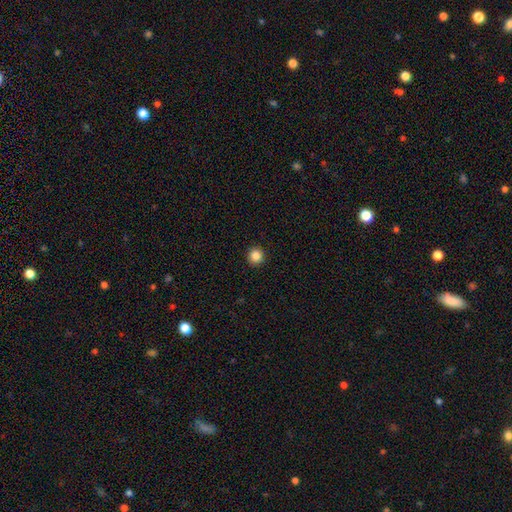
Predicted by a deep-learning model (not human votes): The model was most divided on "smooth or featured": smooth: 86%, star or artifact: 11%, featured or disk: 3%. More confident: how rounded — round (94%); merging — none (93%).